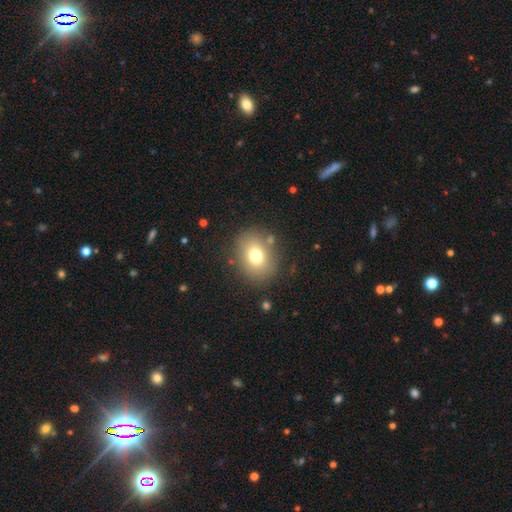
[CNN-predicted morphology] smooth 73%, featured or disk 15%, star or artifact 12%. Down the decision tree: how rounded — round (52%); merging — none (82%).